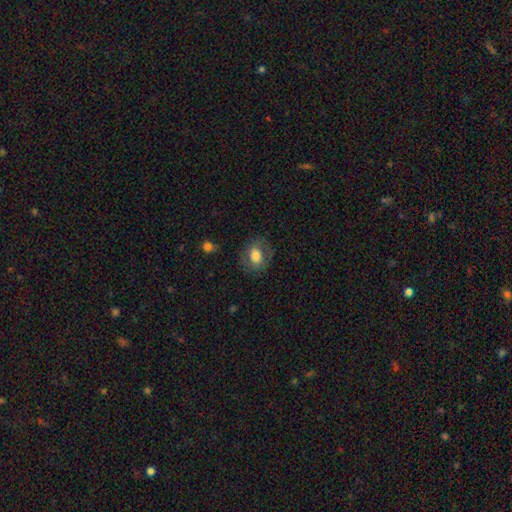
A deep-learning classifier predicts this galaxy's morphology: Smooth or featured: smooth — 74% (featured or disk — 18%)
How rounded: in between — 53% (round — 46%)
Merging: none — 78% (minor disturbance — 14%)